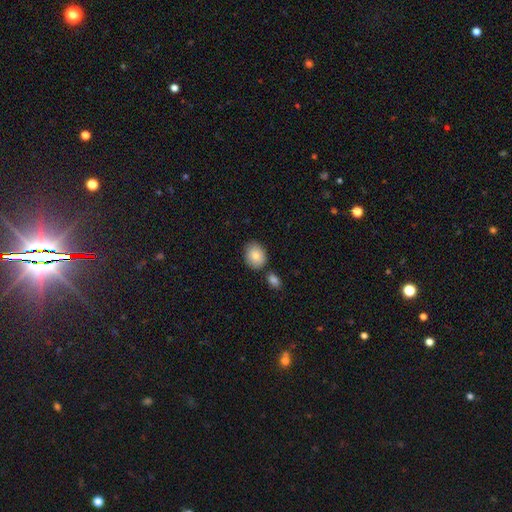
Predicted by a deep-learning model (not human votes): Smooth or featured?
  - smooth: 85% *
  - featured or disk: 8%
  - star or artifact: 7%
How rounded?
  - in between: 55% *
  - round: 44%
  - cigar-shaped: 1%
Merging?
  - none: 72% *
  - minor disturbance: 14%
  - merger: 11%
  - major disturbance: 3%